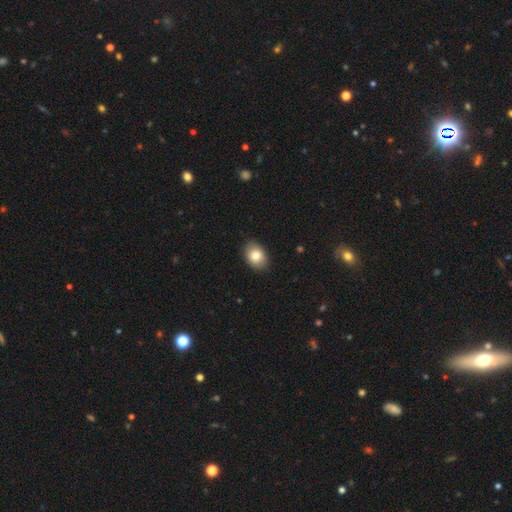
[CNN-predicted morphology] Q: Smooth or featured?
A: smooth (82%); runner-up: featured or disk (10%)
Q: How rounded?
A: in between (75%); runner-up: round (24%)
Q: Merging?
A: none (88%); runner-up: minor disturbance (9%)